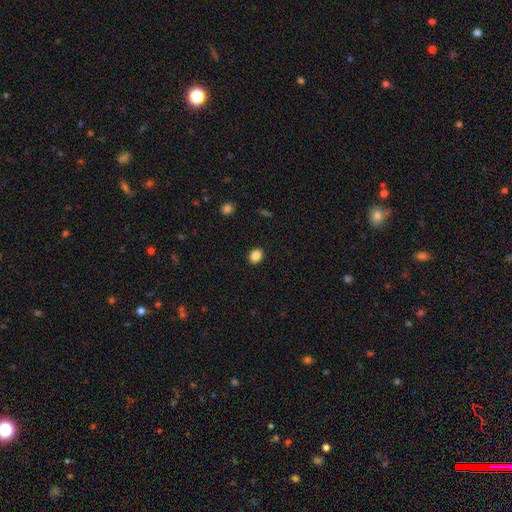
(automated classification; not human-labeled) Smooth or featured? smooth (86%)
How rounded? round (53%)
Merging? none (91%)